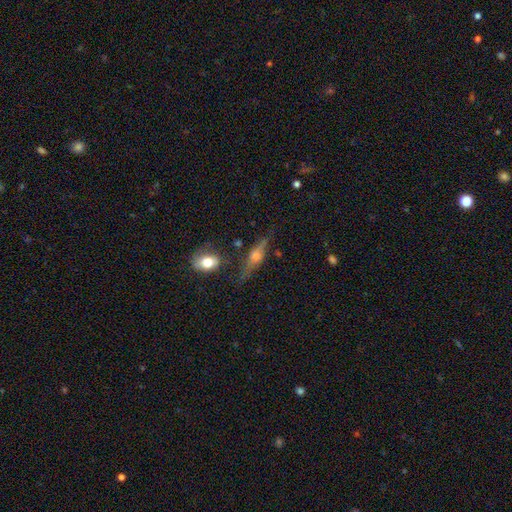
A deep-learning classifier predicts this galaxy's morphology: Smooth or featured? featured or disk (68%)
Edge-on disk? yes (92%)
Edge-on bulge? rounded (88%)
Merging? none (72%)